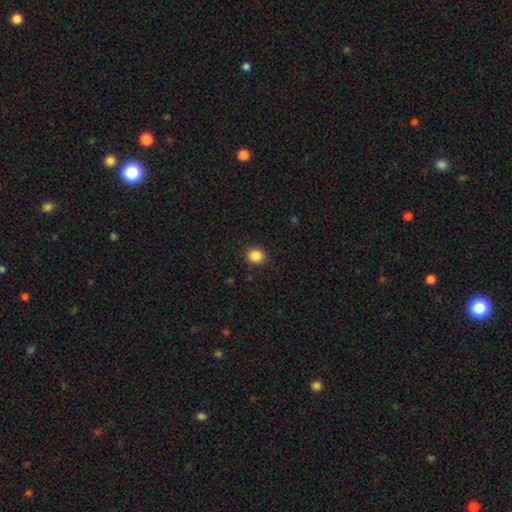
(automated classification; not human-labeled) Morphology: type=smooth (86%); roundness=round (88%); merging=none (90%).